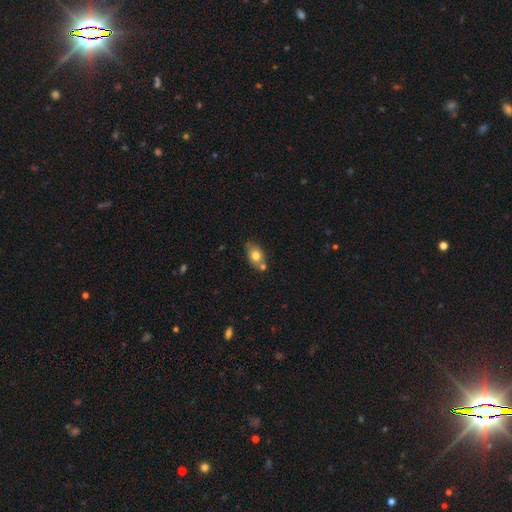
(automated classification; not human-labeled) A smooth galaxy with no disk features (73%) that is in between round and cigar-shaped (76%). Merging: none (59%).